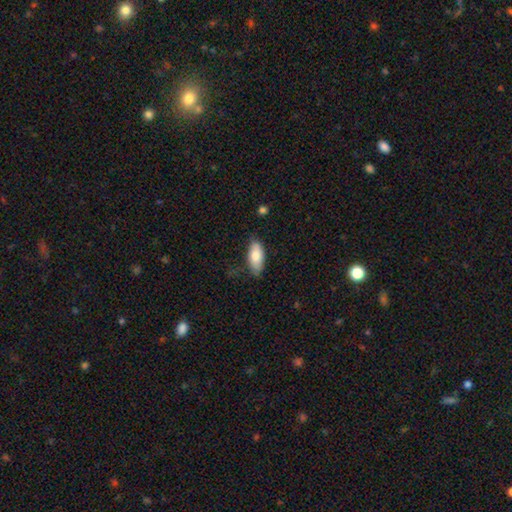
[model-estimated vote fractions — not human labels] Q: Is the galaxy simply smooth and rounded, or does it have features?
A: smooth — 81%.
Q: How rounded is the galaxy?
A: in between — 87%.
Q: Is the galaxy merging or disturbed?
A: none — 72%.